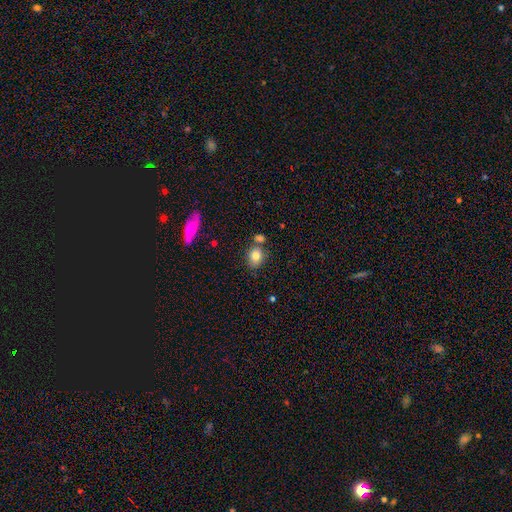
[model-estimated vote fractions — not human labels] Q: Smooth or featured?
A: smooth (81%); runner-up: featured or disk (10%)
Q: How rounded?
A: round (57%); runner-up: in between (42%)
Q: Merging?
A: none (66%); runner-up: merger (17%)